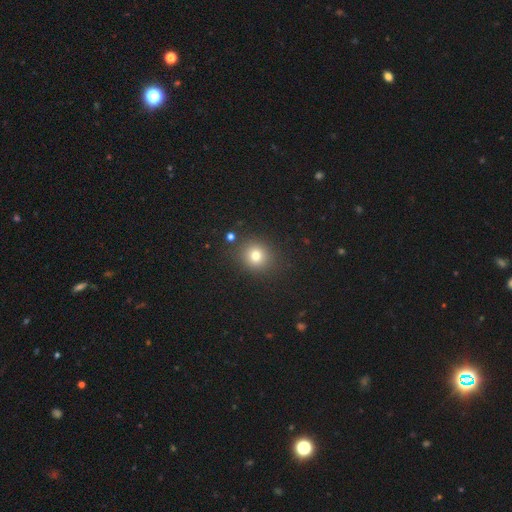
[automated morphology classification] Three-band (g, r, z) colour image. It shows a smooth galaxy with no disk features (77%) that is round (85%). Merging: none (87%).